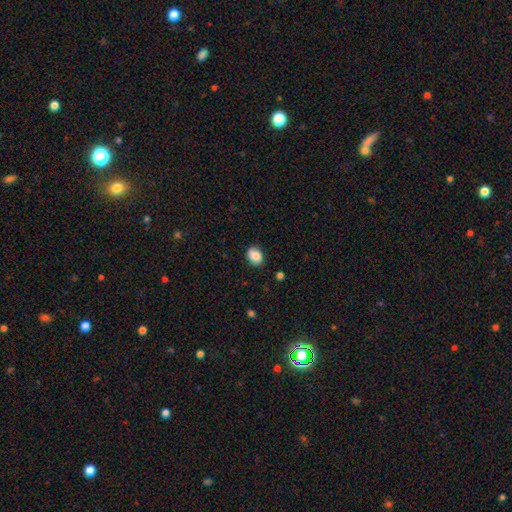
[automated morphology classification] This is clearly a smooth galaxy (86%). How rounded: likely in between (64%). Merging: clearly none (82%).